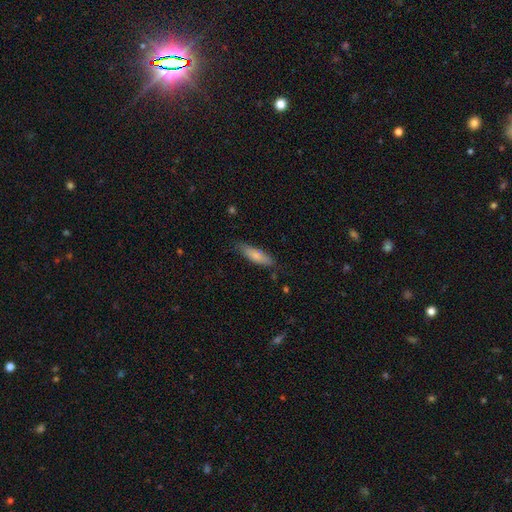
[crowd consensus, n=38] This appears to be a smooth galaxy with no disk features (87%) that is in between round and cigar-shaped (55%). Merging: none (66%).